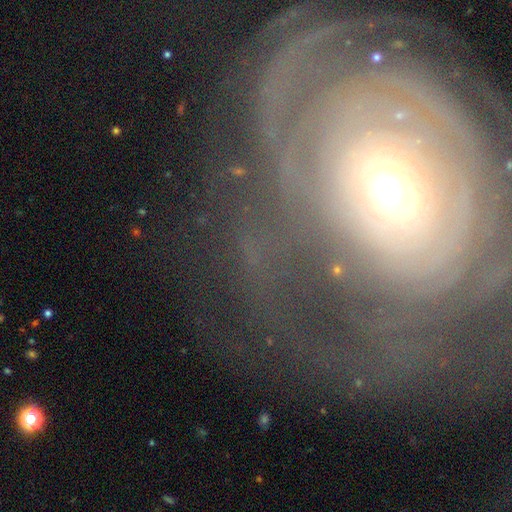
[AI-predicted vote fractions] Overall: featured or disk (74%). Edge-on disk: no (95%). Bar: no (78%). Spiral arms: yes (69%; no 31%). Bulge size: moderate (57%; small 28%). Merging: none (53%; major disturbance 27%).